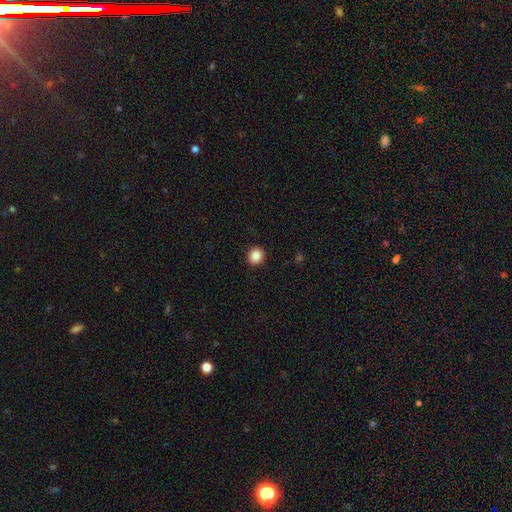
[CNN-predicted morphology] Smooth or featured?
  - smooth: 86% *
  - star or artifact: 10%
  - featured or disk: 4%
How rounded?
  - round: 90% *
  - in between: 10%
  - cigar-shaped: 1%
Merging?
  - none: 93% *
  - minor disturbance: 5%
  - major disturbance: 2%
  - merger: 1%